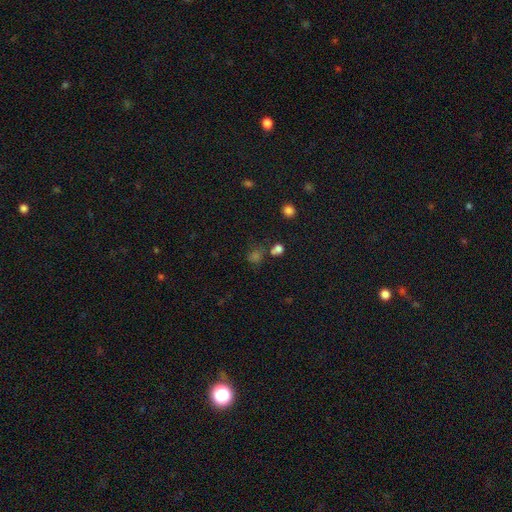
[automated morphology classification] The model was most divided on "smooth or featured": smooth: 46%, star or artifact: 44%, featured or disk: 10%. More confident: merging — none (64%).